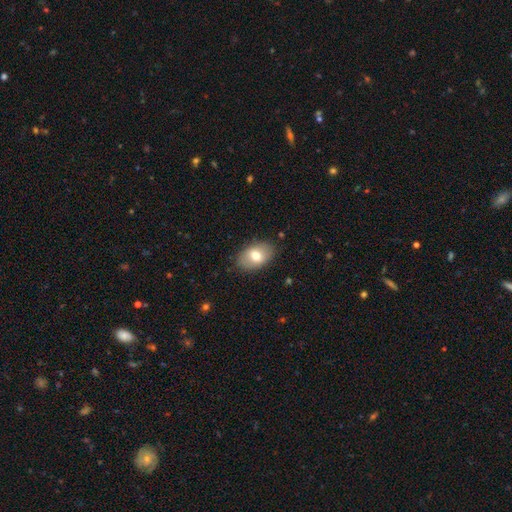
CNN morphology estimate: smooth-or-featured: smooth: 73% | featured or disk: 19% | star or artifact: 7%
  how-rounded: in between: 87% | round: 12% | cigar-shaped: 1%
  merging: none: 85% | minor disturbance: 11% | major disturbance: 3% | merger: 1%